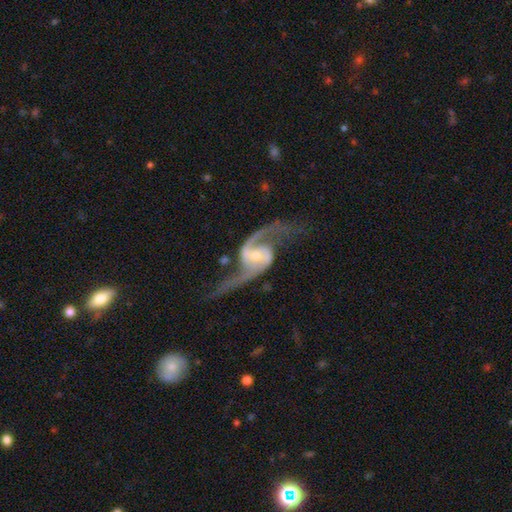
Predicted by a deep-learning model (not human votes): Q: Smooth or featured?
A: featured or disk (93%); runner-up: star or artifact (4%)
Q: Edge-on disk?
A: no (98%); runner-up: yes (2%)
Q: Bar?
A: no (42%); runner-up: weak (39%)
Q: Spiral arms?
A: yes (98%); runner-up: no (2%)
Q: Spiral winding?
A: loose (68%); runner-up: medium (27%)
Q: Spiral arm count?
A: 2 (94%); runner-up: 1 (1%)
Q: Bulge size?
A: moderate (48%); runner-up: small (45%)
Q: Merging?
A: none (62%); runner-up: major disturbance (17%)